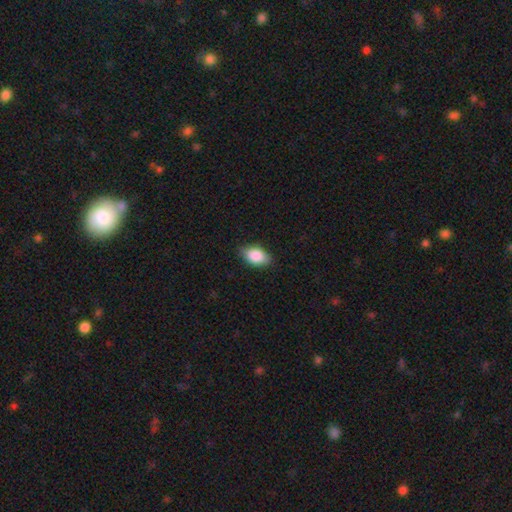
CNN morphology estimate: Q: Smooth or featured?
A: smooth (87%); runner-up: star or artifact (7%)
Q: How rounded?
A: in between (89%); runner-up: round (8%)
Q: Merging?
A: none (82%); runner-up: minor disturbance (14%)